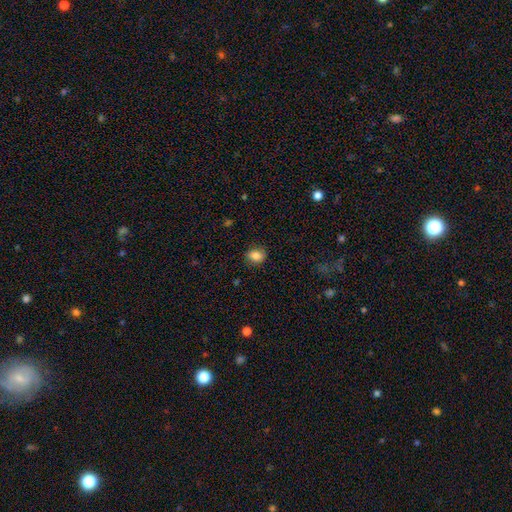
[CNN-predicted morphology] smooth 84%, star or artifact 9%, featured or disk 7%. Down the decision tree: how rounded — round (51%); merging — none (86%).